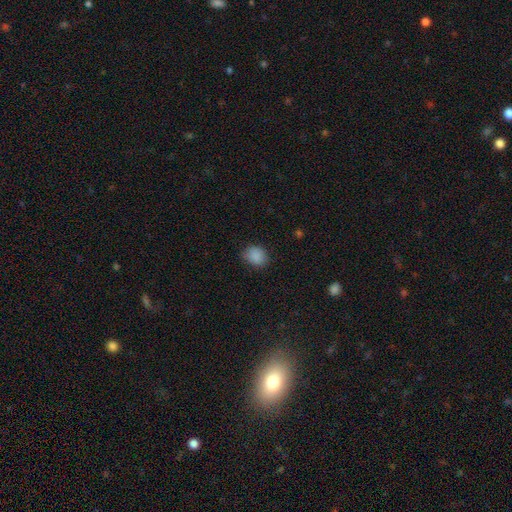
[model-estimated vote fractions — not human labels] Q: Smooth or featured?
A: smooth (87%); runner-up: star or artifact (10%)
Q: How rounded?
A: round (55%); runner-up: in between (44%)
Q: Merging?
A: none (78%); runner-up: minor disturbance (17%)